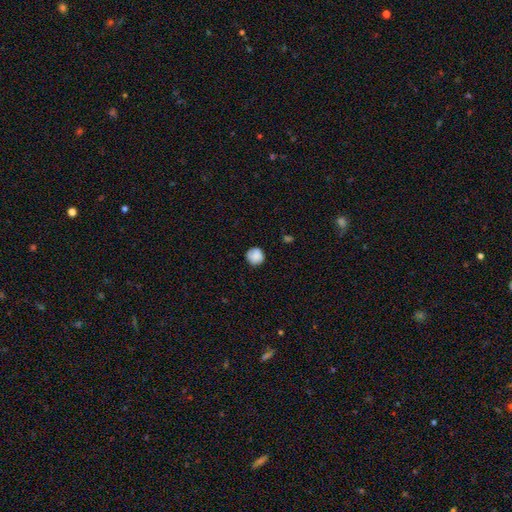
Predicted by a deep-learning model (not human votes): The model was most divided on "merging": none: 80%, minor disturbance: 15%, major disturbance: 3%, merger: 2%. More confident: how rounded — round (91%); smooth or featured — smooth (84%).